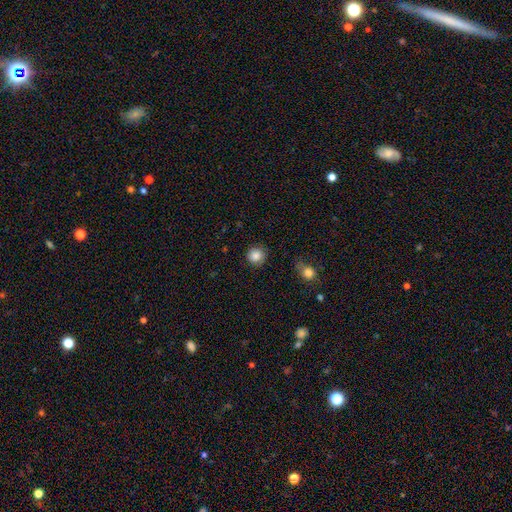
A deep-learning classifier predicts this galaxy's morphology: Smooth or featured?
  - smooth: 86% *
  - star or artifact: 9%
  - featured or disk: 5%
How rounded?
  - round: 92% *
  - in between: 7%
  - cigar-shaped: 1%
Merging?
  - none: 86% *
  - minor disturbance: 10%
  - major disturbance: 3%
  - merger: 2%